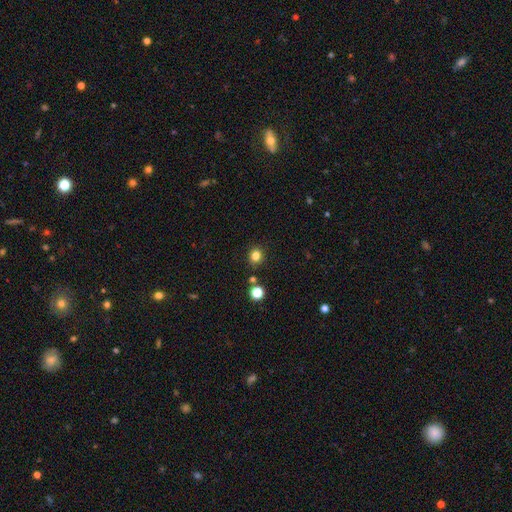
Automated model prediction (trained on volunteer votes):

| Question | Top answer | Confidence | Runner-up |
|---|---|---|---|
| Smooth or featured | smooth | 81% | star or artifact (14%) |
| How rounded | round | 79% | in between (20%) |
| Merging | none | 85% | minor disturbance (8%) |